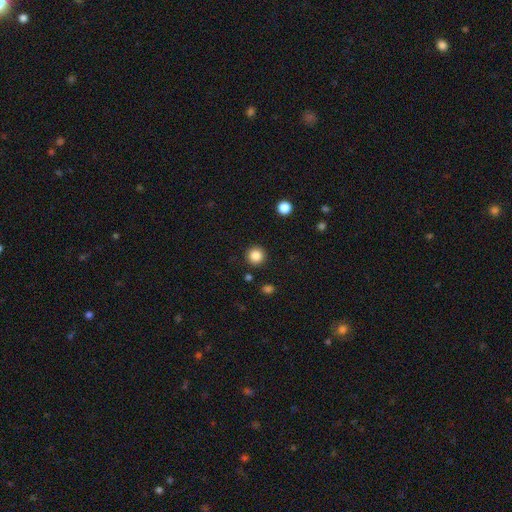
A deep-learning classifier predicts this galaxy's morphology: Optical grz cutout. It shows a smooth galaxy with no disk features (85%) that is round (96%). Merging: none (92%).